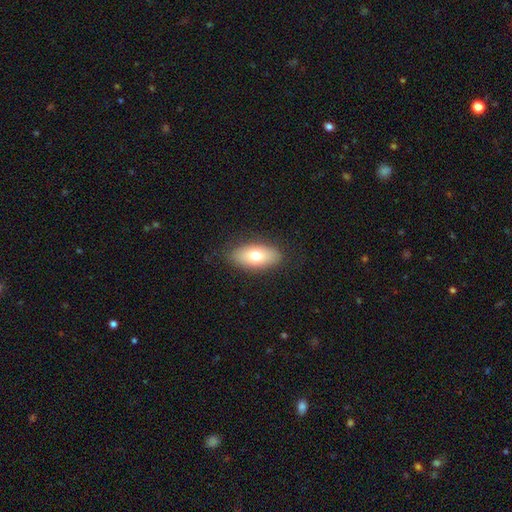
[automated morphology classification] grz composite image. It shows a smooth galaxy with no disk features (72%) that is in between round and cigar-shaped (90%). Merging: none (85%).